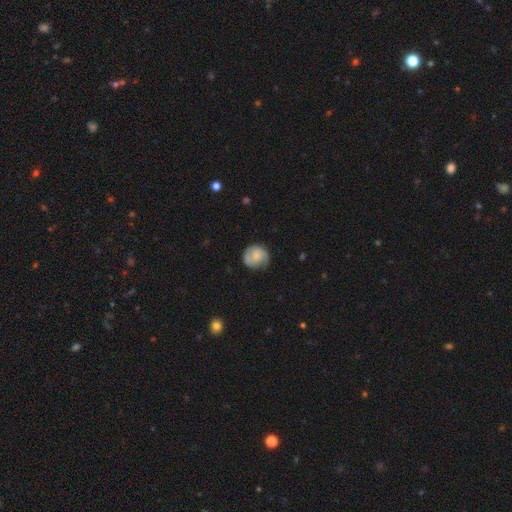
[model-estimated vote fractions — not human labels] Smooth or featured? Predicted: smooth (p=0.55). How rounded? Predicted: round (p=0.85). Merging? Predicted: none (p=0.72).